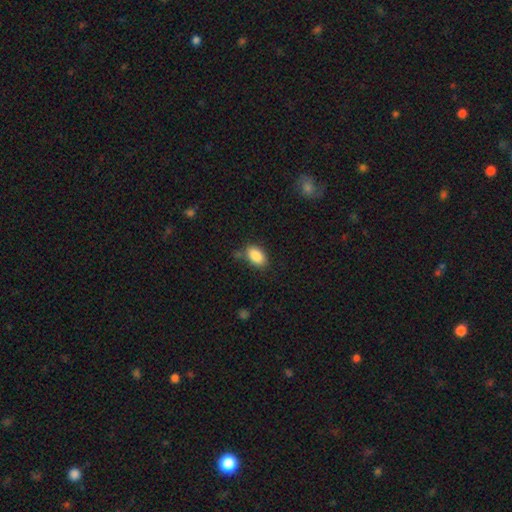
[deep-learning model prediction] Smooth or featured? smooth (88%)
How rounded? in between (92%)
Merging? none (75%)